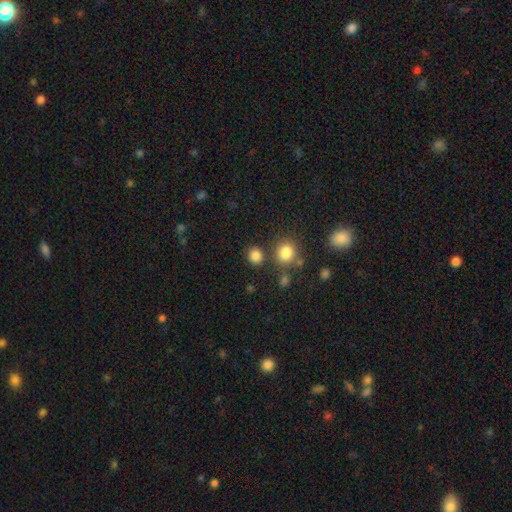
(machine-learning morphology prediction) The model was most divided on "how rounded": round: 79%, in between: 20%, cigar-shaped: 1%. More confident: smooth or featured — smooth (83%); merging — none (79%).